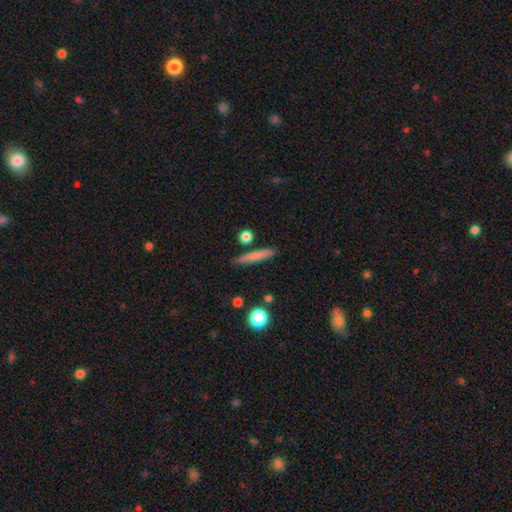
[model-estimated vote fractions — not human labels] This appears to be a smooth galaxy with no disk features (74%) that is cigar-shaped (92%). Merging: none (84%).